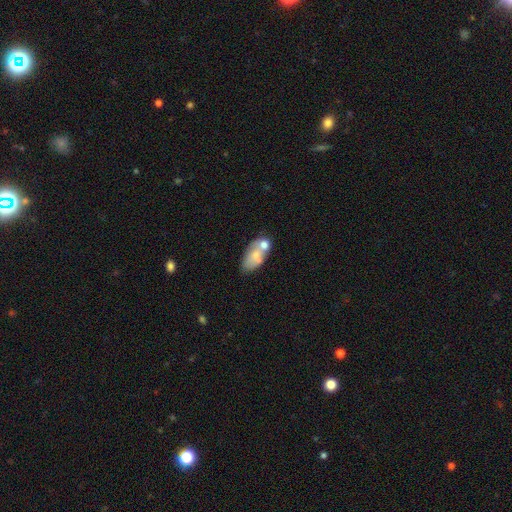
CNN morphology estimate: Smooth or featured? Predicted: smooth (p=0.61). How rounded? Predicted: in between (p=0.89). Merging? Predicted: none (p=0.39).